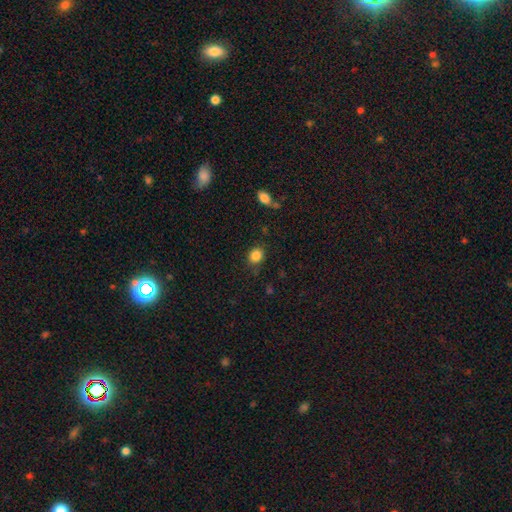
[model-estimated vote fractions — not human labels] A smooth galaxy with no disk features (85%) that is round (67%). Merging: none (81%).